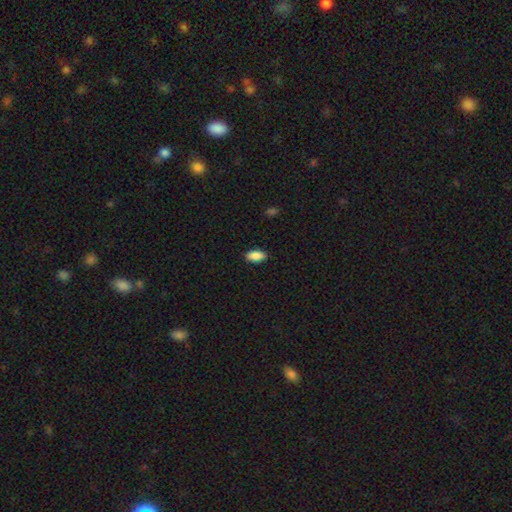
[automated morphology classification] smooth_or_featured: smooth (p=0.89) [alt: star or artifact p=0.07]
how_rounded: in between (p=0.92) [alt: cigar-shaped p=0.05]
merging: none (p=0.87) [alt: minor disturbance p=0.10]